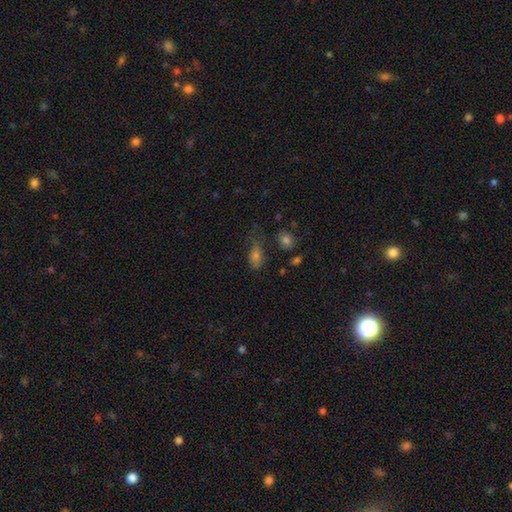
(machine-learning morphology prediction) Smooth or featured?
  - smooth: 58% *
  - star or artifact: 24%
  - featured or disk: 19%
How rounded?
  - in between: 78% *
  - round: 13%
  - cigar-shaped: 9%
Merging?
  - none: 48% *
  - minor disturbance: 25%
  - major disturbance: 20%
  - merger: 6%